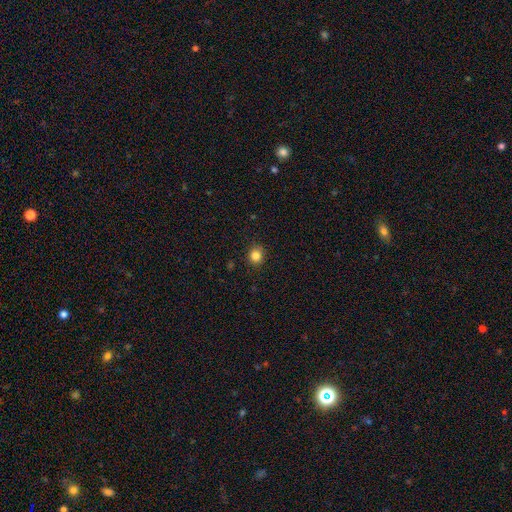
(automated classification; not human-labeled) smooth-or-featured: smooth: 84% | star or artifact: 12% | featured or disk: 5%
  how-rounded: round: 88% | in between: 11% | cigar-shaped: 1%
  merging: none: 90% | minor disturbance: 7% | major disturbance: 2% | merger: 1%